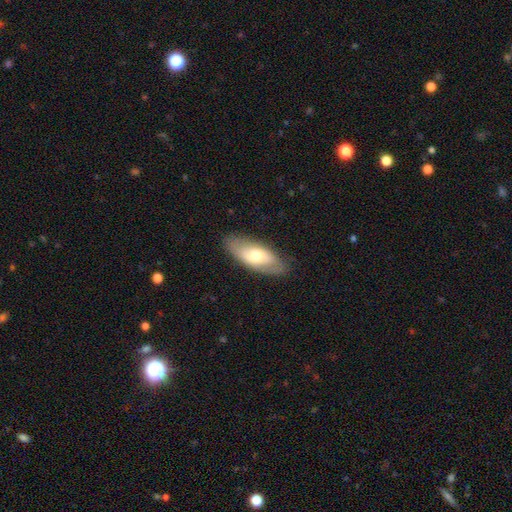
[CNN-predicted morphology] smooth-or-featured: smooth: 53% | featured or disk: 41% | star or artifact: 6%
  how-rounded: in between: 80% | cigar-shaped: 18% | round: 3%
  merging: none: 83% | minor disturbance: 13% | major disturbance: 3% | merger: 1%